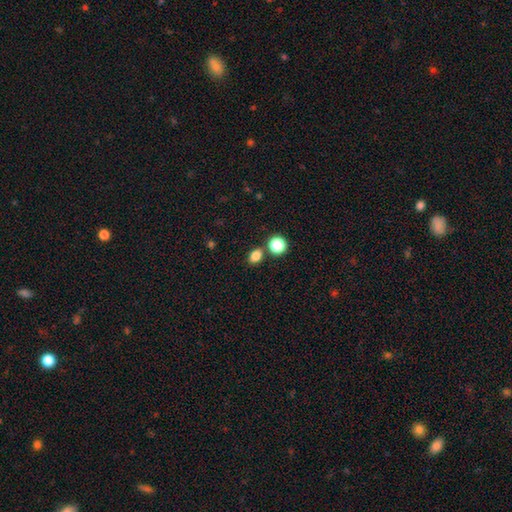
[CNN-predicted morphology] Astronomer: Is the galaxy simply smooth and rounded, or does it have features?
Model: smooth — 82%.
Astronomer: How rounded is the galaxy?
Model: in between — 59% (runner-up: round, 39%).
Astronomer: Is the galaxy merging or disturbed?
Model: none — 74%.